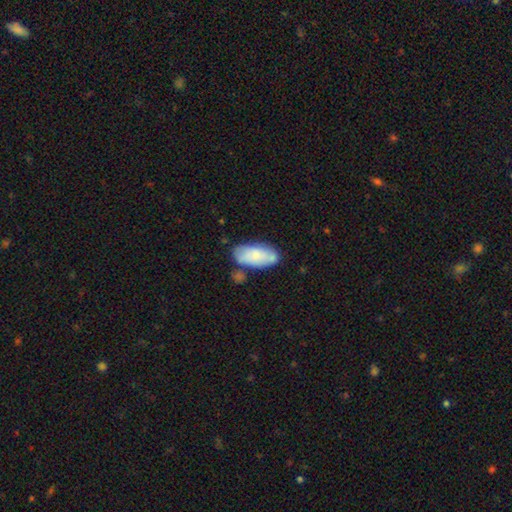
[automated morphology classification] smooth_or_featured: smooth (p=0.73) [alt: featured or disk p=0.21]
how_rounded: in between (p=0.91) [alt: cigar-shaped p=0.07]
merging: none (p=0.61) [alt: minor disturbance p=0.21]